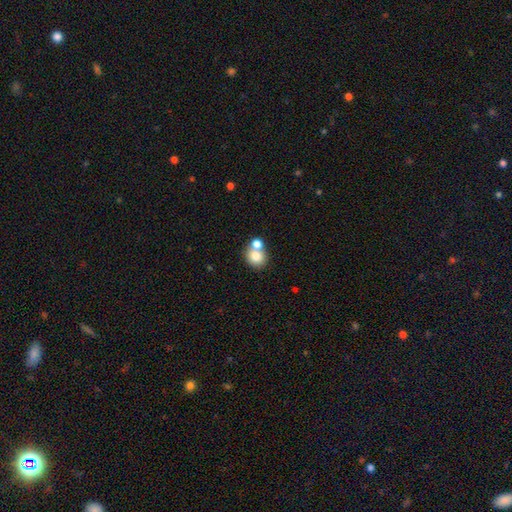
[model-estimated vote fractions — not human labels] Smooth or featured: smooth — 77% (featured or disk — 12%)
How rounded: round — 79% (in between — 20%)
Merging: none — 46% (merger — 44%)